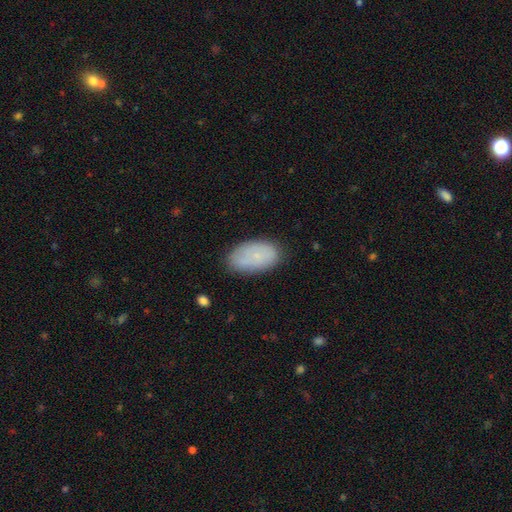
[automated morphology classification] This appears to be a smooth galaxy with no disk features (72%) that is in between round and cigar-shaped (94%). Merging: none (80%).